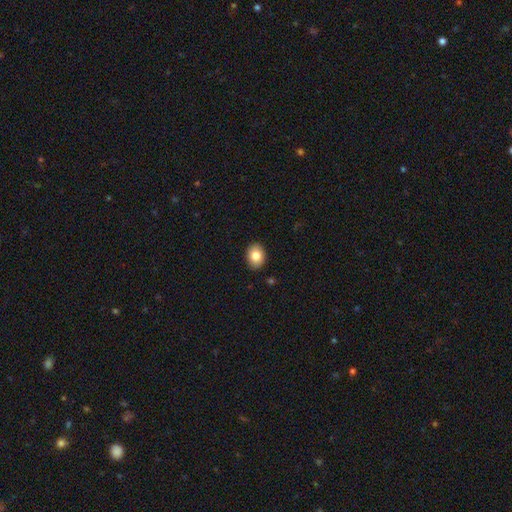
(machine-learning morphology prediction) Q: Smooth or featured?
A: smooth (84%); runner-up: featured or disk (8%)
Q: How rounded?
A: in between (65%); runner-up: round (34%)
Q: Merging?
A: none (90%); runner-up: minor disturbance (7%)